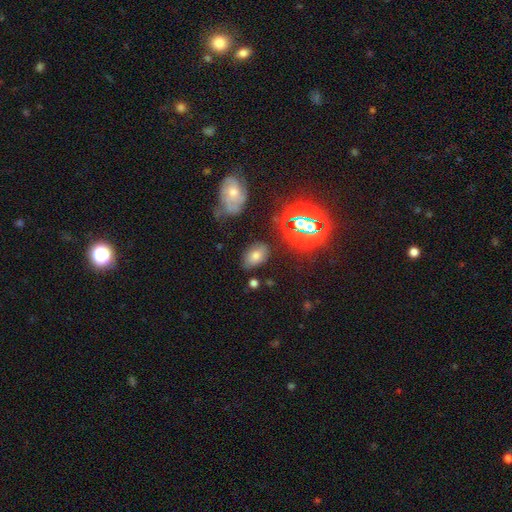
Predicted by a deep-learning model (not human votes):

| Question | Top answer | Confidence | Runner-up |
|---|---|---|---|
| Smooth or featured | smooth | 65% | star or artifact (21%) |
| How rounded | in between | 87% | round (11%) |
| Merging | none | 73% | minor disturbance (17%) |